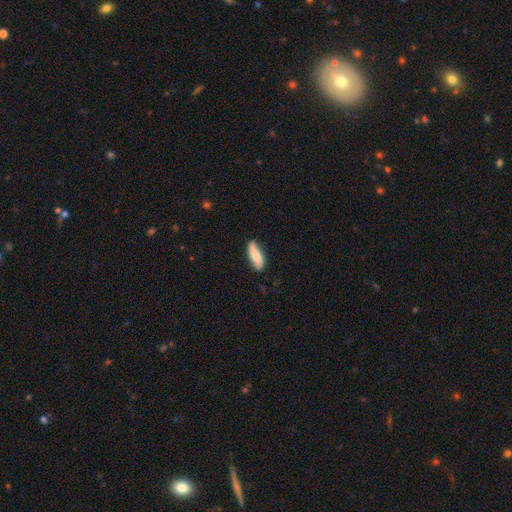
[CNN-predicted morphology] A smooth galaxy with no disk features (69%) that is in between round and cigar-shaped (60%).

Vote fractions:
- Smooth or featured? smooth: 69% / featured or disk: 25% / star or artifact: 6%
- How rounded? in between: 60% / cigar-shaped: 38% / round: 2%
- Merging? none: 79% / minor disturbance: 17% / major disturbance: 3% / merger: 2%